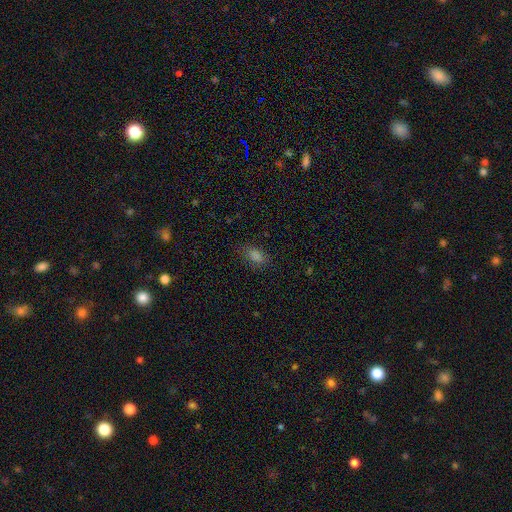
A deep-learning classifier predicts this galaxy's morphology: smooth_or_featured: smooth (p=0.75) [alt: star or artifact p=0.18]
how_rounded: in between (p=0.82) [alt: round p=0.14]
merging: none (p=0.82) [alt: minor disturbance p=0.13]